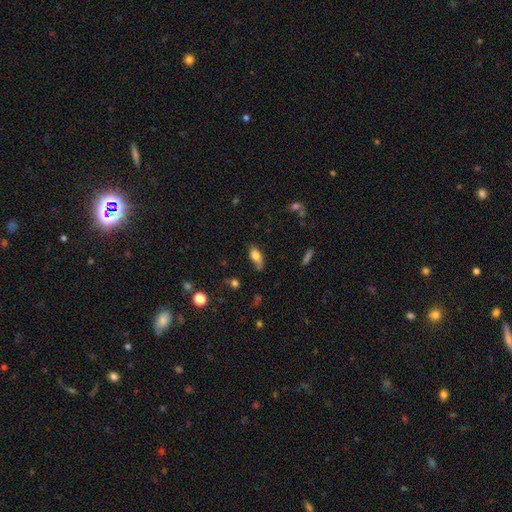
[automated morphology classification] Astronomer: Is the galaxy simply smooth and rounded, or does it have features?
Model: smooth — 76%.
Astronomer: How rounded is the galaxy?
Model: in between — 82%.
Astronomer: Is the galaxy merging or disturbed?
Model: none — 55% (runner-up: minor disturbance, 31%).